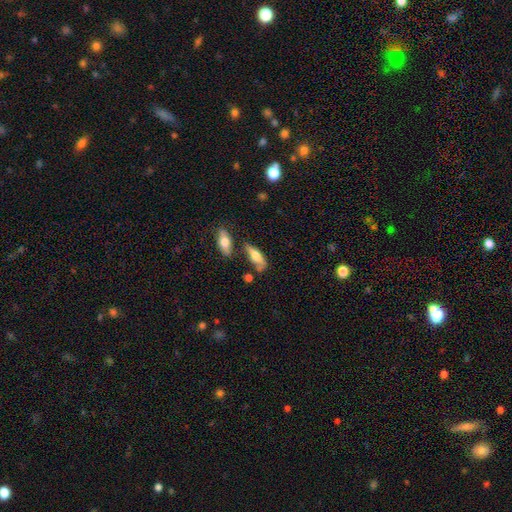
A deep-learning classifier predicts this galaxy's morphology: Smooth or featured?
  - smooth: 62% *
  - featured or disk: 31%
  - star or artifact: 7%
How rounded?
  - in between: 62% *
  - cigar-shaped: 35%
  - round: 3%
Merging?
  - none: 54% *
  - minor disturbance: 23%
  - merger: 14%
  - major disturbance: 9%